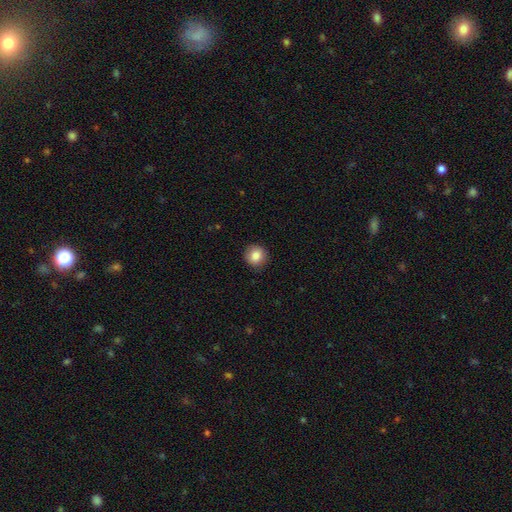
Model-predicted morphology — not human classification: Smooth or featured? Predicted: smooth (p=0.85). How rounded? Predicted: round (p=0.92). Merging? Predicted: none (p=0.88).